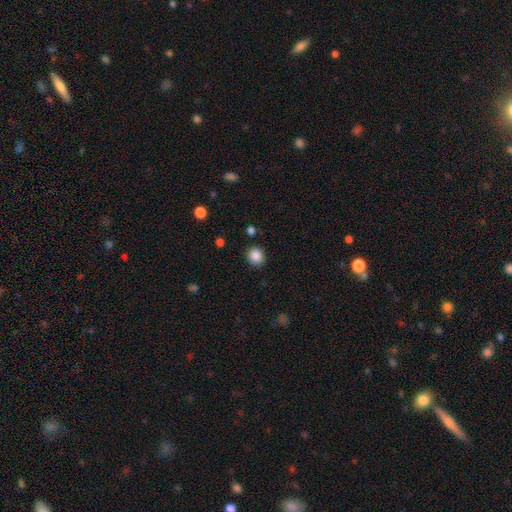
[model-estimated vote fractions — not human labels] smooth 87%, star or artifact 10%, featured or disk 3%. Down the decision tree: how rounded — round (84%); merging — none (89%).